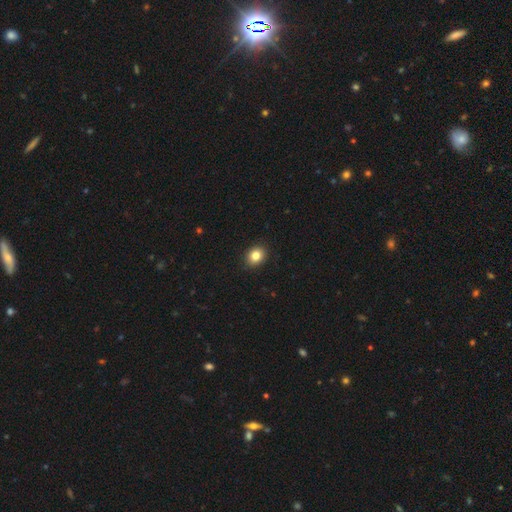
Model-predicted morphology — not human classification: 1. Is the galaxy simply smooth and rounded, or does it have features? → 84% smooth, 10% star or artifact, 7% featured or disk.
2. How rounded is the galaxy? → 53% round, 46% in between, 1% cigar-shaped.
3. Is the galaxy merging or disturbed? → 92% none, 6% minor disturbance, 2% major disturbance, 1% merger.